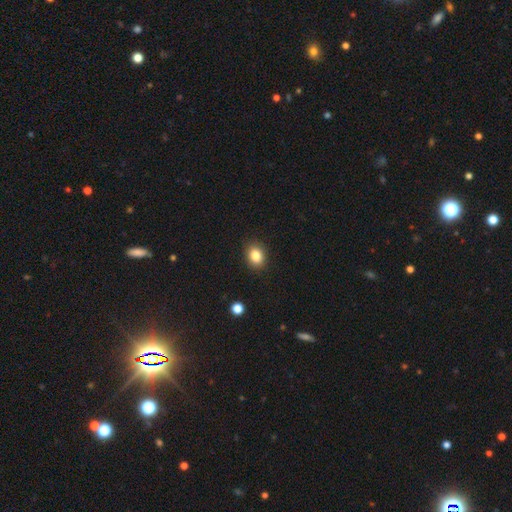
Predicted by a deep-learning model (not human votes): Q: Smooth or featured?
A: smooth (85%); runner-up: star or artifact (10%)
Q: How rounded?
A: in between (53%); runner-up: round (46%)
Q: Merging?
A: none (89%); runner-up: minor disturbance (8%)